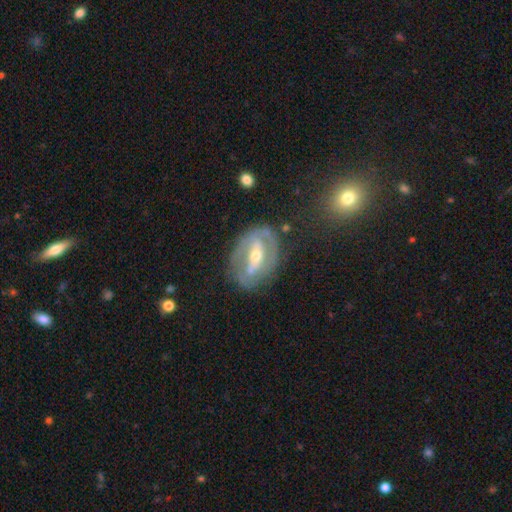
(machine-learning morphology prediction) This appears to be a featured or disk galaxy (79%) with a strong bar (56%), spiral arms (62%) and a moderate central bulge (53%). Merging: none (69%).